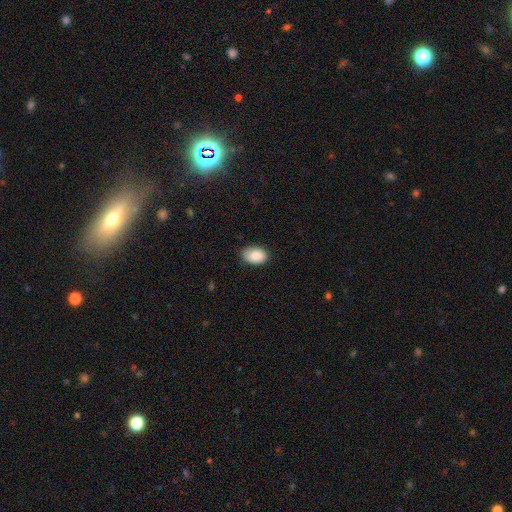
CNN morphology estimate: The model was most divided on "merging": none: 79%, minor disturbance: 17%, major disturbance: 3%, merger: 1%. More confident: smooth or featured — smooth (87%); how rounded — in between (87%).